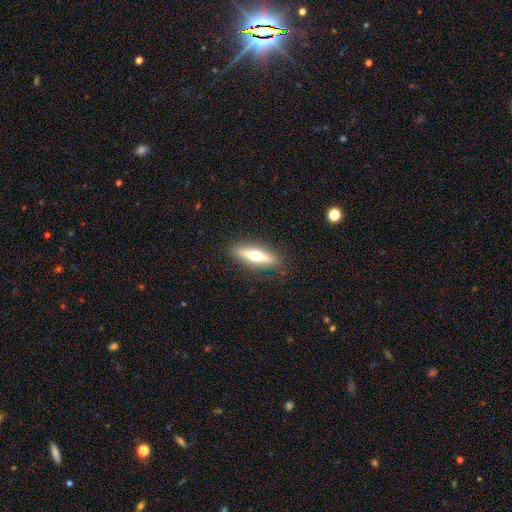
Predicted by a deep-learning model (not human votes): This appears to be a featured or disk galaxy (52%) viewed edge-on (89%). Merging: none (89%).